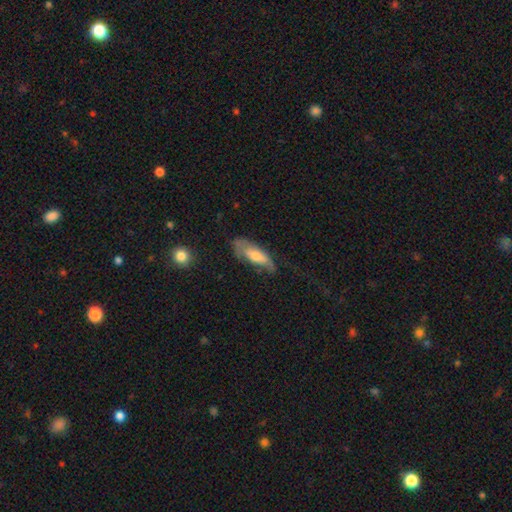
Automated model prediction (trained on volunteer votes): A smooth galaxy with no disk features (54%) that is in between round and cigar-shaped (68%).

Vote fractions:
- Smooth or featured? smooth: 54% / featured or disk: 40% / star or artifact: 6%
- How rounded? in between: 68% / cigar-shaped: 30% / round: 2%
- Merging? none: 43% / minor disturbance: 32% / major disturbance: 22% / merger: 3%